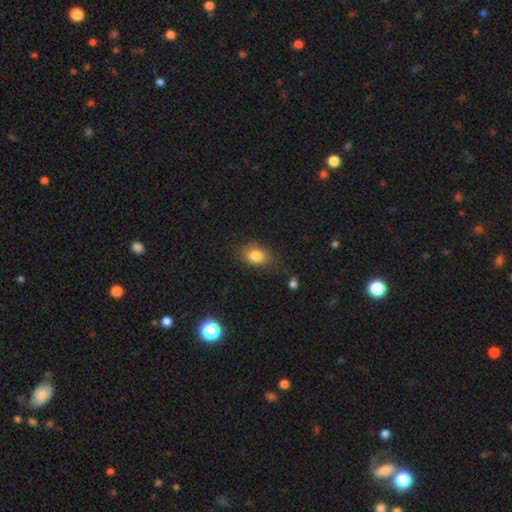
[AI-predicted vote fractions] The model was most divided on "how rounded": in between: 72%, round: 26%, cigar-shaped: 1%. More confident: smooth or featured — smooth (82%); merging — none (72%).